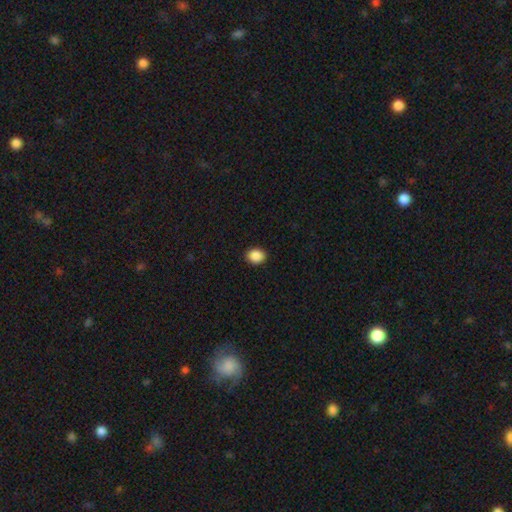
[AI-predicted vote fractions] The model was most divided on "how rounded": round: 58%, in between: 41%, cigar-shaped: 1%. More confident: merging — none (92%); smooth or featured — smooth (89%).